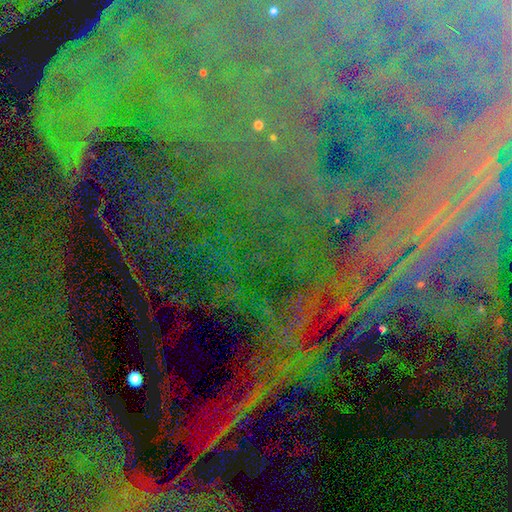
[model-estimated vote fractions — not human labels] Q: Smooth or featured?
A: star or artifact (80%); runner-up: featured or disk (12%)